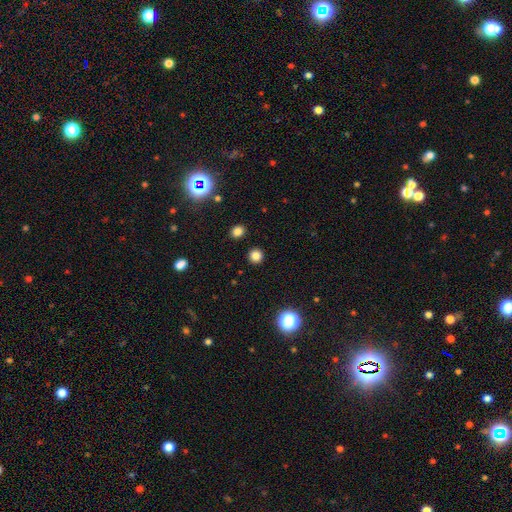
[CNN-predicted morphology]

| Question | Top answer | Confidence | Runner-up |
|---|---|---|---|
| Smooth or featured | smooth | 82% | star or artifact (14%) |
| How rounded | round | 93% | in between (6%) |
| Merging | none | 91% | minor disturbance (5%) |